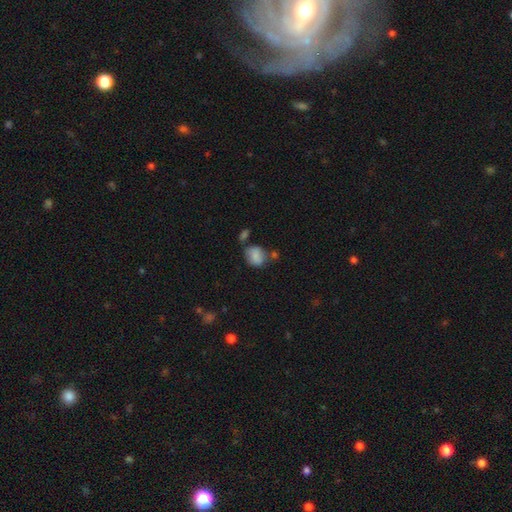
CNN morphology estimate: The model was most divided on "how rounded": round: 54%, in between: 45%, cigar-shaped: 1%. Remaining: smooth or featured — smooth (79%); merging — none (50%).